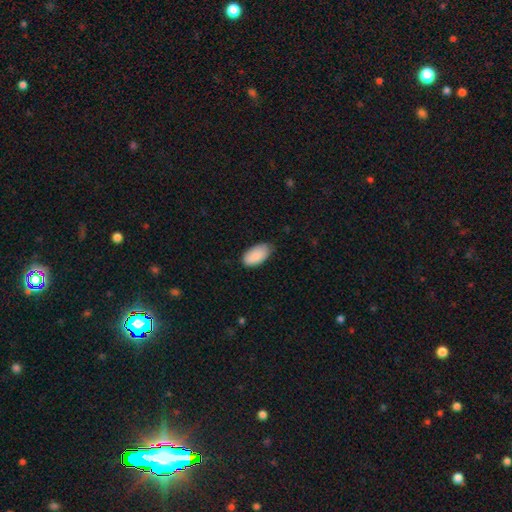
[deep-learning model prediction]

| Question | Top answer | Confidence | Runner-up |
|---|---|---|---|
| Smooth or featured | smooth | 89% | star or artifact (6%) |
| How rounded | in between | 95% | round (2%) |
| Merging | none | 74% | minor disturbance (22%) |